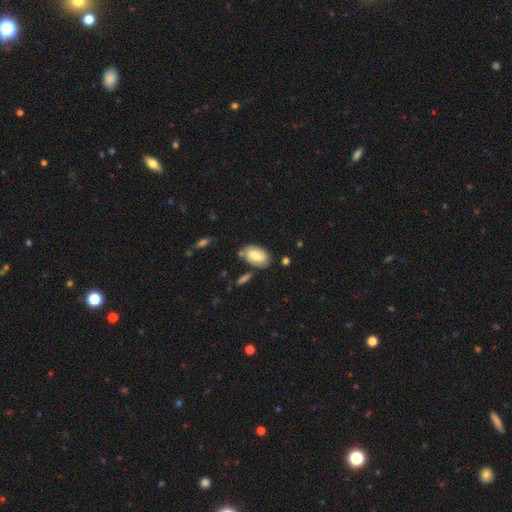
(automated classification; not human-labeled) Smooth or featured?
  - smooth: 65% *
  - featured or disk: 28%
  - star or artifact: 7%
How rounded?
  - in between: 91% *
  - round: 7%
  - cigar-shaped: 2%
Merging?
  - none: 70% *
  - minor disturbance: 19%
  - merger: 7%
  - major disturbance: 5%